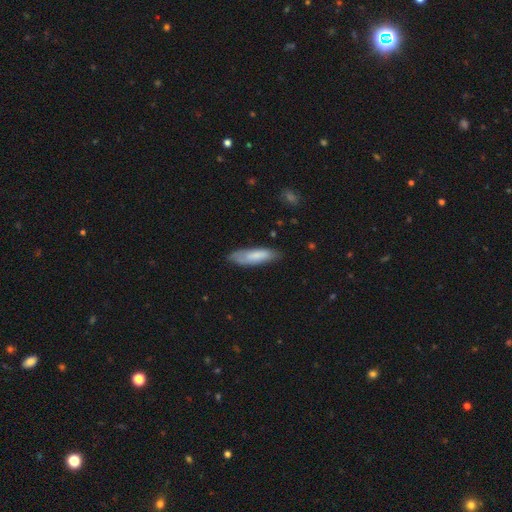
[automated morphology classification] The model was most divided on "how rounded": cigar-shaped: 58%, in between: 40%, round: 1%. More confident: smooth or featured — smooth (75%); merging — none (73%).